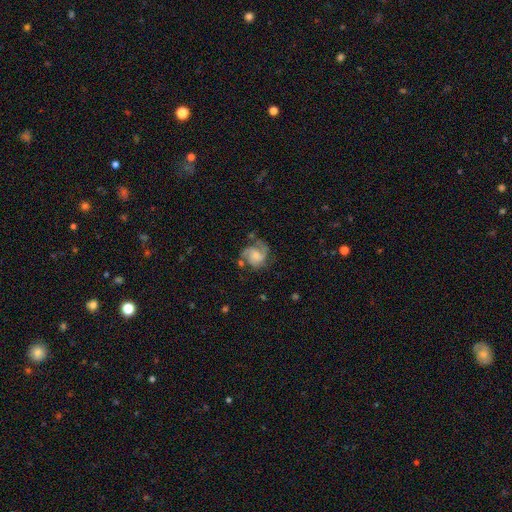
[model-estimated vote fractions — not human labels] A featured or disk galaxy (75%) with no bar (62%), 2 (51%) medium (50%) spiral arms (93%) and a small central bulge (47%).

Vote fractions:
- Smooth or featured? featured or disk: 75% / smooth: 18% / star or artifact: 7%
- Edge-on disk? no: 98% / yes: 2%
- Bar? no: 62% / weak: 32% / strong: 6%
- Spiral arms? yes: 93% / no: 7%
- Spiral winding? medium: 50% / tight: 29% / loose: 21%
- Spiral arm count? 2: 51% / 3: 24% / can't tell: 13% / 1: 6% / 4: 3% / more than 4: 3%
- Bulge size? small: 47% / moderate: 32% / none: 14% / large: 6% / dominant: 2%
- Merging? none: 55% / minor disturbance: 23% / major disturbance: 17% / merger: 5%